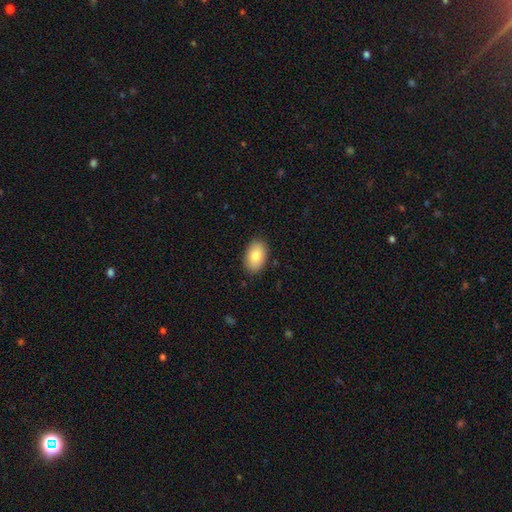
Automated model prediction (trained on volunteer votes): smooth_or_featured: smooth (p=0.82) [alt: featured or disk p=0.11]
how_rounded: in between (p=0.92) [alt: round p=0.07]
merging: none (p=0.87) [alt: minor disturbance p=0.10]